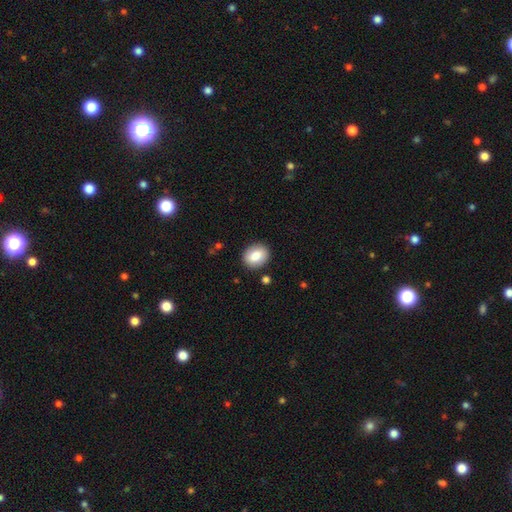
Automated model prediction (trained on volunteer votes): Smooth or featured? smooth (80%)
How rounded? in between (51%)
Merging? none (87%)